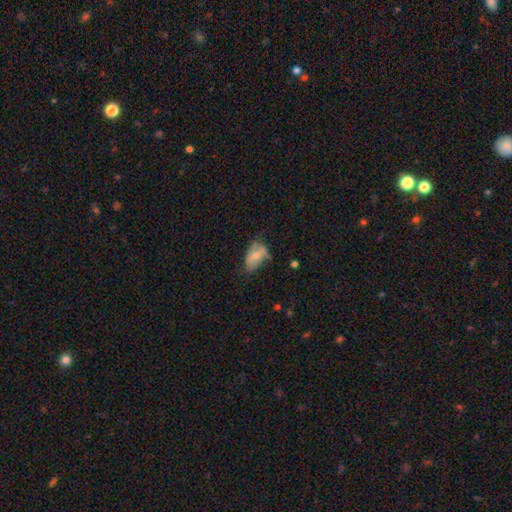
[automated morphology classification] smooth-or-featured: smooth: 54% | featured or disk: 38% | star or artifact: 8%
  how-rounded: in between: 89% | round: 8% | cigar-shaped: 3%
  merging: none: 40% | minor disturbance: 36% | major disturbance: 19% | merger: 4%